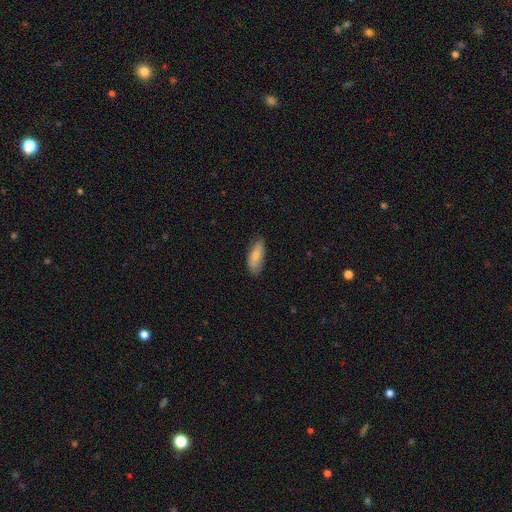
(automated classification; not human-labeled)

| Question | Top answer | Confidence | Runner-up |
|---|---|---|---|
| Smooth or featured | smooth | 74% | featured or disk (20%) |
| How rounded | in between | 82% | cigar-shaped (16%) |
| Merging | none | 75% | minor disturbance (20%) |